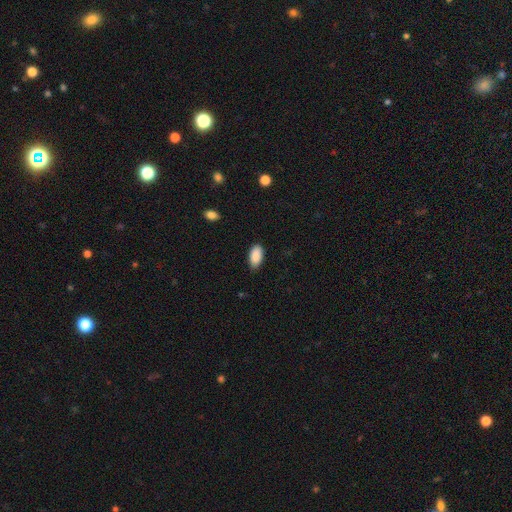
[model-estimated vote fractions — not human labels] Smooth or featured: smooth — 90% (star or artifact — 6%)
How rounded: in between — 94% (cigar-shaped — 3%)
Merging: none — 82% (minor disturbance — 15%)